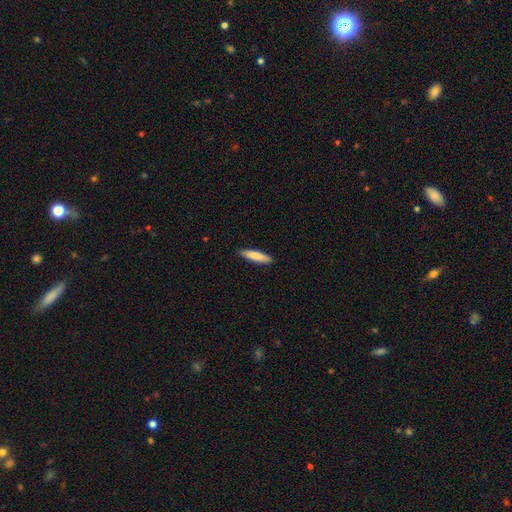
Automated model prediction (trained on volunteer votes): A smooth galaxy with no disk features (81%) that is cigar-shaped (77%). Merging: none (90%).